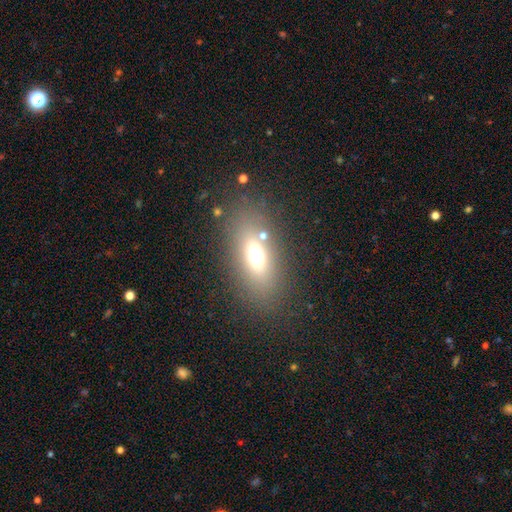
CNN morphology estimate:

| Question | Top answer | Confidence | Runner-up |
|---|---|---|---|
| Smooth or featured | smooth | 62% | featured or disk (20%) |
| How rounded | in between | 77% | round (12%) |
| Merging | none | 79% | minor disturbance (10%) |